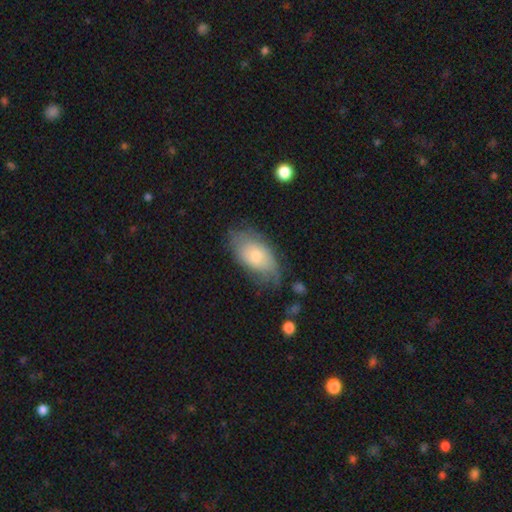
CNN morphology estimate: Q: Smooth or featured?
A: smooth (62%); runner-up: featured or disk (31%)
Q: How rounded?
A: in between (92%); runner-up: round (5%)
Q: Merging?
A: none (58%); runner-up: minor disturbance (29%)